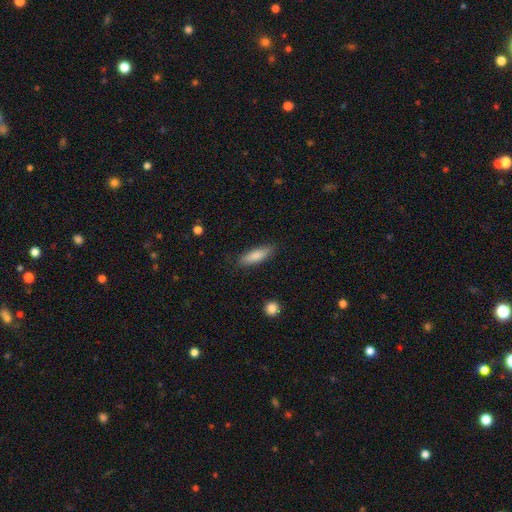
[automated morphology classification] A smooth galaxy with no disk features (82%) that is cigar-shaped (54%).

Vote fractions:
- Smooth or featured? smooth: 82% / featured or disk: 12% / star or artifact: 6%
- How rounded? cigar-shaped: 54% / in between: 44% / round: 2%
- Merging? none: 85% / minor disturbance: 12% / major disturbance: 2% / merger: 1%